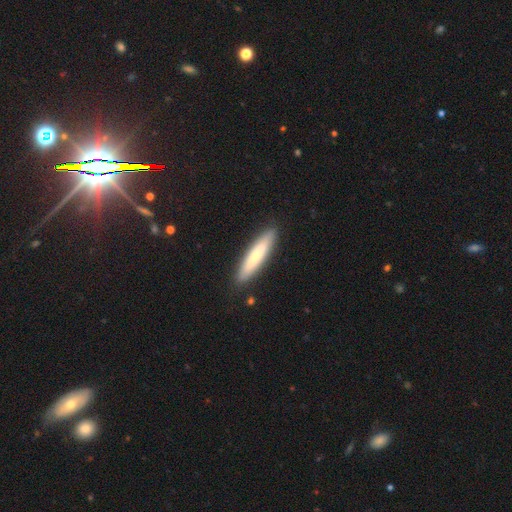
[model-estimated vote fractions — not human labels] This is likely a smooth galaxy (63%). How rounded: clearly cigar-shaped (85%). Merging: clearly none (90%).